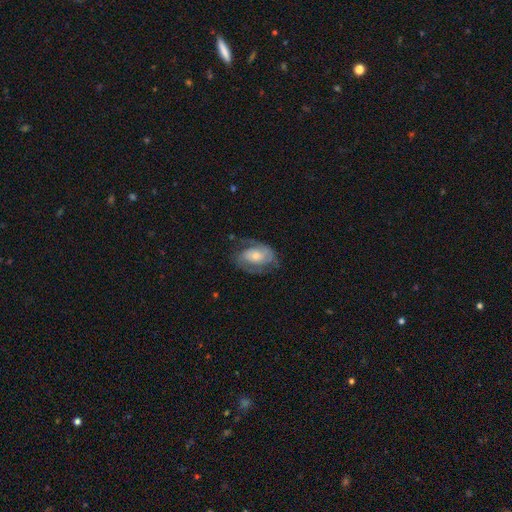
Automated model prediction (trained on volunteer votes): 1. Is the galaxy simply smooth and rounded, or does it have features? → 68% featured or disk, 26% smooth, 6% star or artifact.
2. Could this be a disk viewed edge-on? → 96% no, 4% yes.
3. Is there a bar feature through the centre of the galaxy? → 65% no, 27% weak, 8% strong.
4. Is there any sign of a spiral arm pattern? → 84% yes, 16% no.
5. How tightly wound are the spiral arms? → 43% medium, 37% tight, 20% loose.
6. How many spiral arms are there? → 67% 2, 18% can't tell, 7% 1, 4% 3, 2% 4, 2% more than 4.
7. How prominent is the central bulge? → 44% moderate, 43% small, 8% large, 3% none, 2% dominant.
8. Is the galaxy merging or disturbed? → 58% none, 24% minor disturbance, 17% major disturbance, 1% merger.